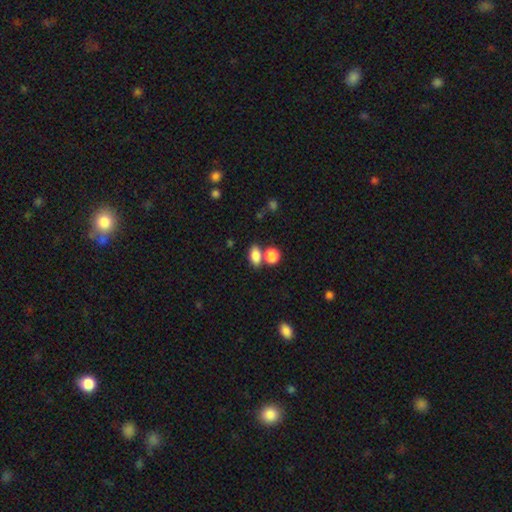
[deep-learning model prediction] smooth 83%, star or artifact 9%, featured or disk 7%. Down the decision tree: how rounded — in between (80%); merging — none (55%).